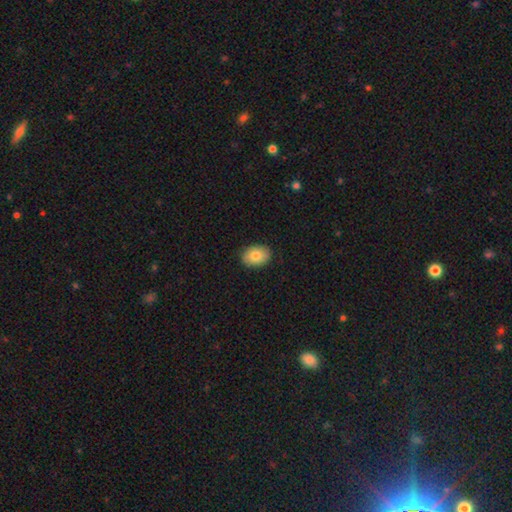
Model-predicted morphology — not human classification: Smooth or featured?
  - smooth: 82% *
  - featured or disk: 11%
  - star or artifact: 7%
How rounded?
  - in between: 77% *
  - round: 22%
  - cigar-shaped: 1%
Merging?
  - none: 87% *
  - minor disturbance: 10%
  - major disturbance: 2%
  - merger: 1%